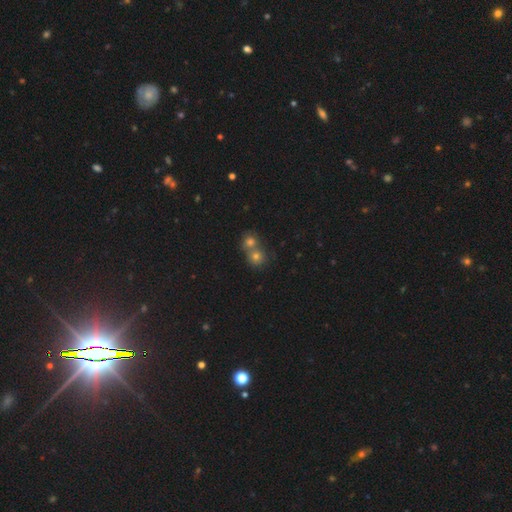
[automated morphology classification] Smooth or featured?
  - smooth: 65% *
  - star or artifact: 23%
  - featured or disk: 12%
How rounded?
  - round: 86% *
  - in between: 13%
  - cigar-shaped: 1%
Merging?
  - merger: 48% *
  - none: 44%
  - minor disturbance: 5%
  - major disturbance: 2%